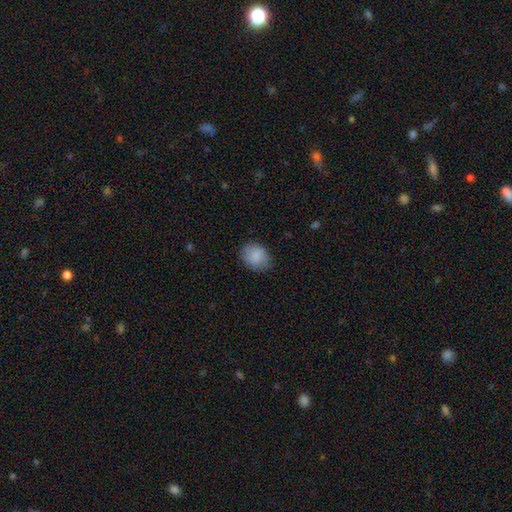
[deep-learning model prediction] smooth-or-featured: smooth: 85% | featured or disk: 8% | star or artifact: 7%
  how-rounded: in between: 58% | round: 41% | cigar-shaped: 1%
  merging: none: 81% | minor disturbance: 15% | major disturbance: 3% | merger: 1%